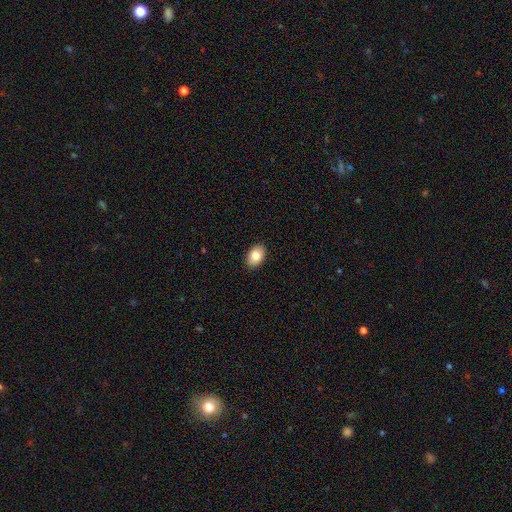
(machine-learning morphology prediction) This is clearly a smooth galaxy (83%). How rounded: clearly in between (87%). Merging: clearly none (90%).